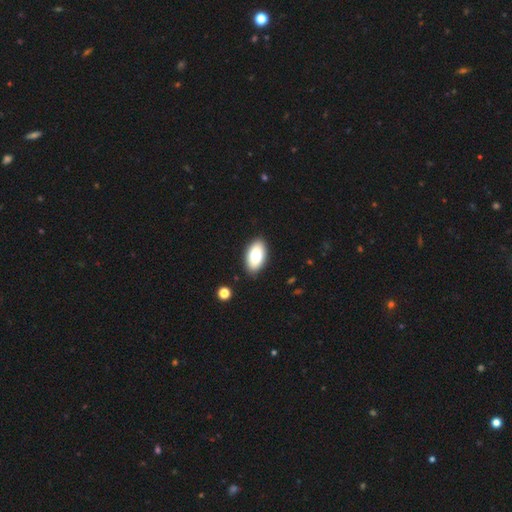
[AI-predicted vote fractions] Q: Smooth or featured?
A: smooth (79%); runner-up: featured or disk (14%)
Q: How rounded?
A: in between (94%); runner-up: round (4%)
Q: Merging?
A: none (89%); runner-up: minor disturbance (8%)